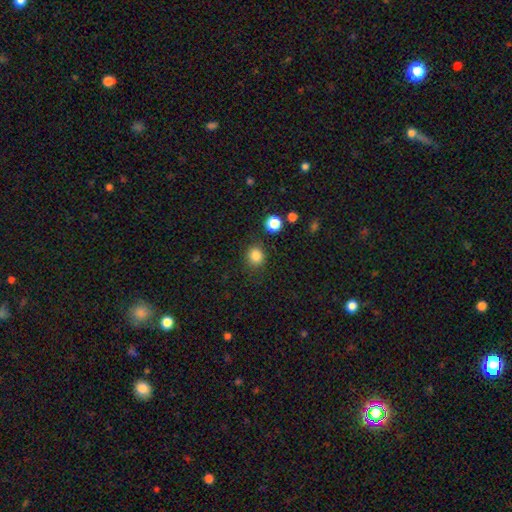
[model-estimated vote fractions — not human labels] Smooth or featured? smooth (84%)
How rounded? round (83%)
Merging? none (85%)